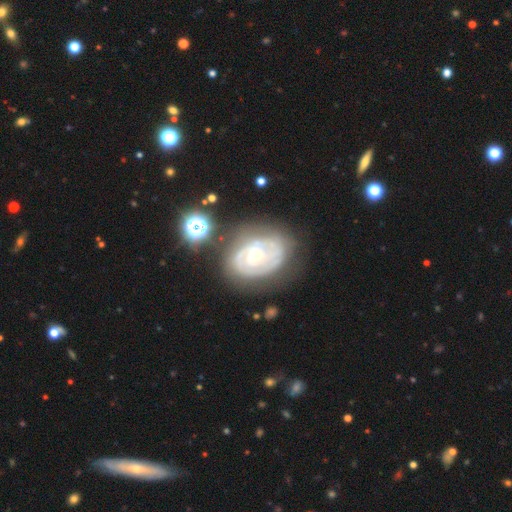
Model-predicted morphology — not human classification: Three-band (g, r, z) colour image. It shows a featured or disk galaxy (79%) with no bar (78%), tight (70%) spiral arms (71%) and a moderate central bulge (58%). Merging: none (60%).